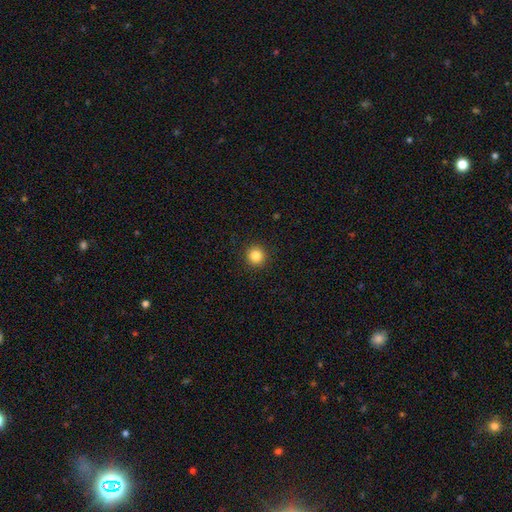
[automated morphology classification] smooth-or-featured: smooth: 85% | star or artifact: 11% | featured or disk: 4%
  how-rounded: round: 94% | in between: 5% | cigar-shaped: 1%
  merging: none: 92% | minor disturbance: 5% | major disturbance: 2% | merger: 1%